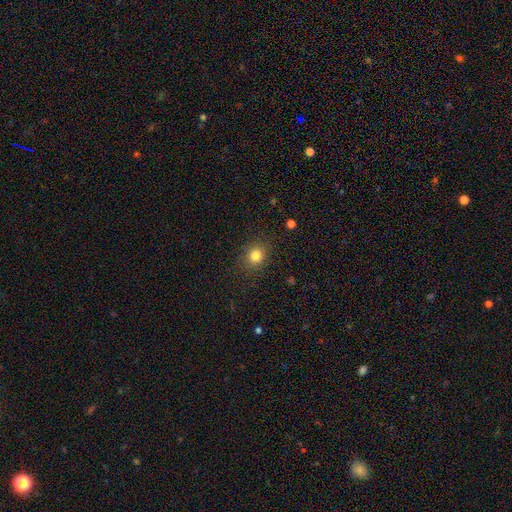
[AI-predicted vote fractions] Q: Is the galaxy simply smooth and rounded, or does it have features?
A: smooth — 82%.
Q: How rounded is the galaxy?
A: round — 75%.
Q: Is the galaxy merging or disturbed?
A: none — 87%.